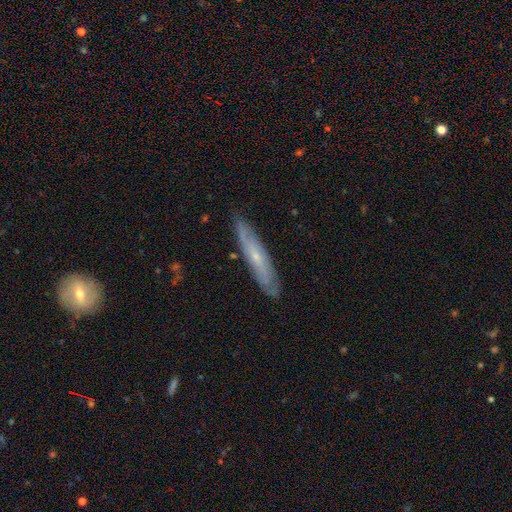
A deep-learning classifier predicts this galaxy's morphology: Q: Smooth or featured?
A: featured or disk (60%); runner-up: smooth (33%)
Q: Edge-on disk?
A: yes (63%); runner-up: no (37%)
Q: Merging?
A: none (84%); runner-up: minor disturbance (13%)